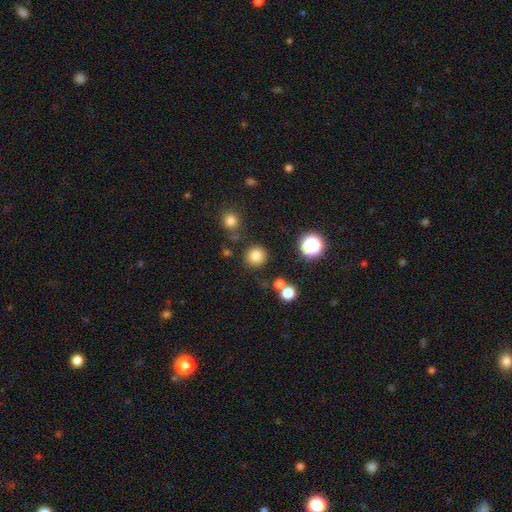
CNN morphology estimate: This is clearly a smooth galaxy (80%). How rounded: clearly round (94%). Merging: clearly none (86%).